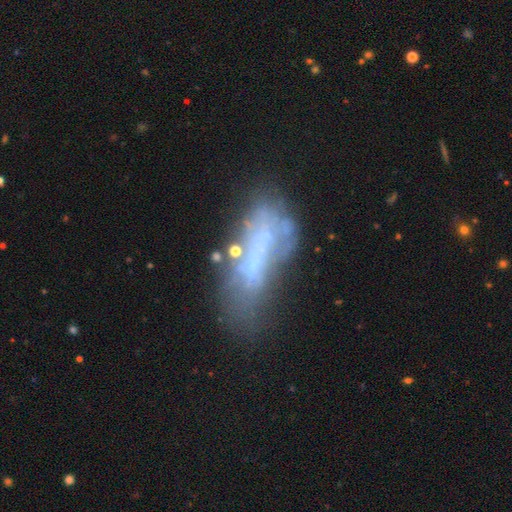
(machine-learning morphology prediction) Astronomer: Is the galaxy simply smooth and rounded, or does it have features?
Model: featured or disk — 49% (runner-up: smooth, 37%).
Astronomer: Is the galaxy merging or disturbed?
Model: none — 34% (runner-up: major disturbance, 29%).